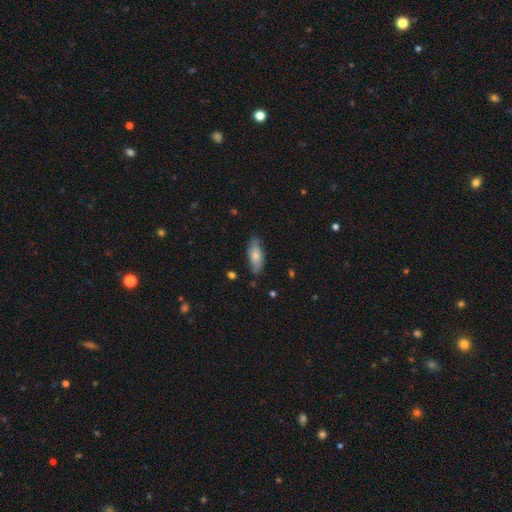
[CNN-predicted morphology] type=smooth (65%); roundness=in between (78%); merging=none (72%).